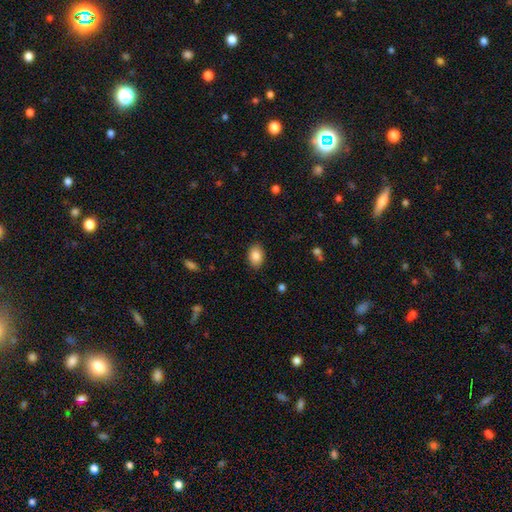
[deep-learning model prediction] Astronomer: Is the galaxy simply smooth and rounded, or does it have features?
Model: smooth — 87%.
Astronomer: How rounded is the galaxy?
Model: in between — 79%.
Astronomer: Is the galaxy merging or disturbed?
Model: none — 88%.